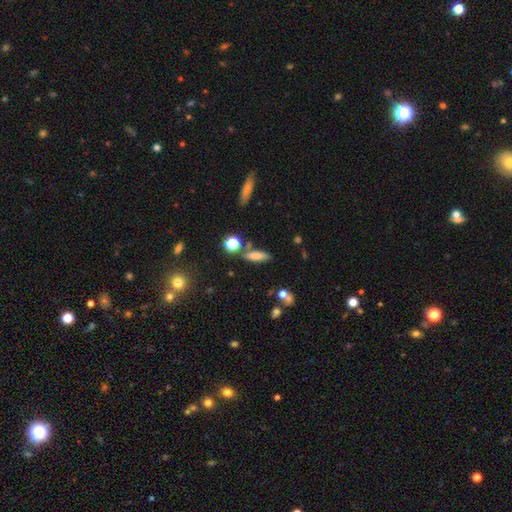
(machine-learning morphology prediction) Smooth or featured?
  - smooth: 70% *
  - featured or disk: 19%
  - star or artifact: 11%
How rounded?
  - cigar-shaped: 56% *
  - in between: 38%
  - round: 5%
Merging?
  - none: 70% *
  - minor disturbance: 14%
  - merger: 12%
  - major disturbance: 5%